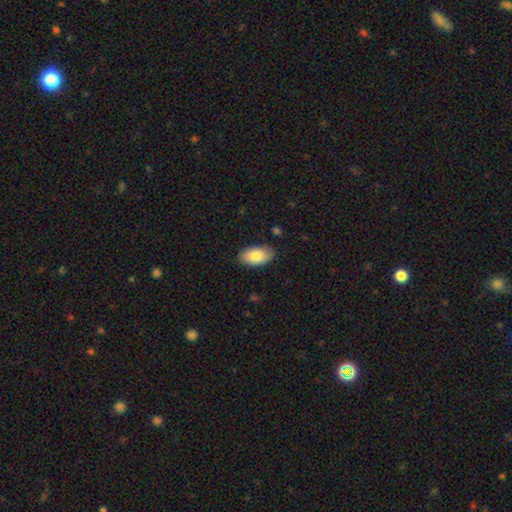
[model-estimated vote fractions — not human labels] smooth_or_featured: smooth (p=0.83) [alt: featured or disk p=0.11]
how_rounded: in between (p=0.95) [alt: round p=0.03]
merging: none (p=0.85) [alt: minor disturbance p=0.11]